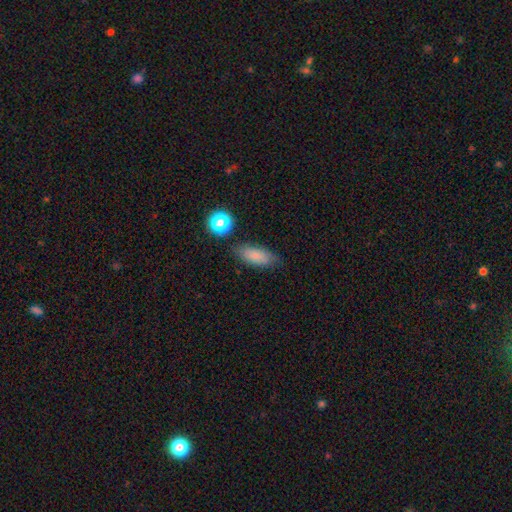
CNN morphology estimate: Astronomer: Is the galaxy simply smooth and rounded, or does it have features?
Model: smooth — 82%.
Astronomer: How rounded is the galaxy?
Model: in between — 78%.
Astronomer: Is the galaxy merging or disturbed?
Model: none — 77%.